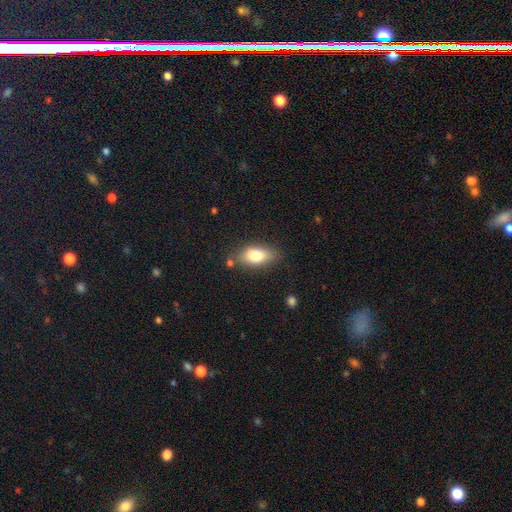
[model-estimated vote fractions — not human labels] Smooth or featured? smooth (79%)
How rounded? in between (85%)
Merging? none (75%)